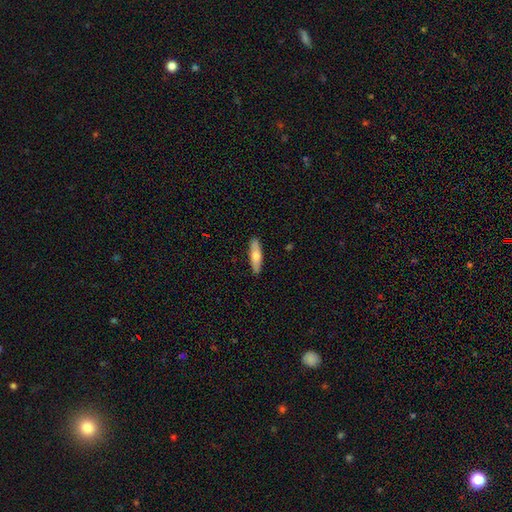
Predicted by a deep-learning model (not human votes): Smooth or featured? Predicted: smooth (p=0.67). How rounded? Predicted: cigar-shaped (p=0.67). Merging? Predicted: none (p=0.90).